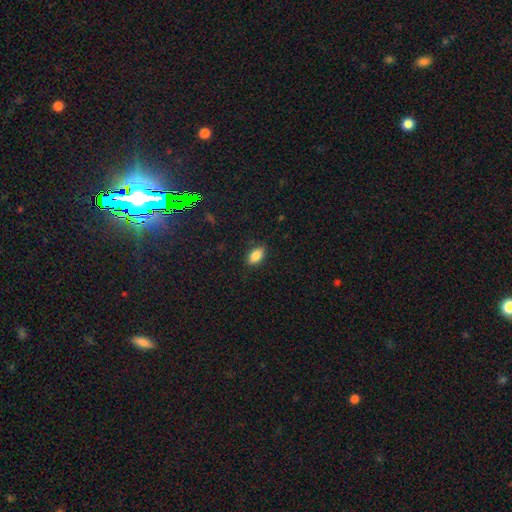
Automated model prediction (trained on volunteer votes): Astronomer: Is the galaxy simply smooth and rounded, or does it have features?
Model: smooth — 86%.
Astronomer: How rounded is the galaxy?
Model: in between — 90%.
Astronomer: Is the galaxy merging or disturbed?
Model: none — 84%.